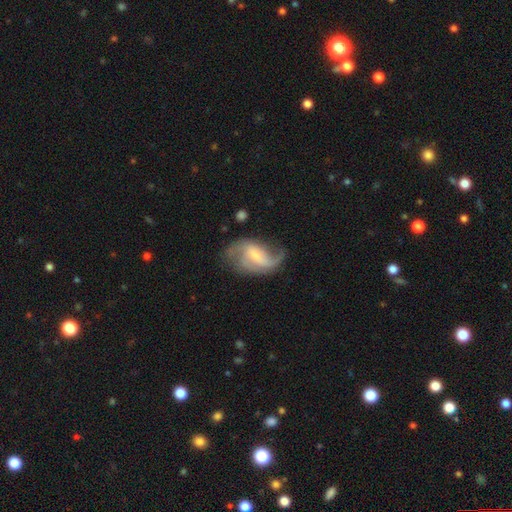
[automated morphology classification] This is likely a featured or disk galaxy (79%). It is clearly not viewed edge-on (97%). Bar: possibly weak (50%). Spiral arm pattern: clearly yes (92%). Spiral arm count: possibly 2 (59%). Spiral winding: possibly loose (54%). Central bulge: possibly small (53%). Merging: possibly none (52%).